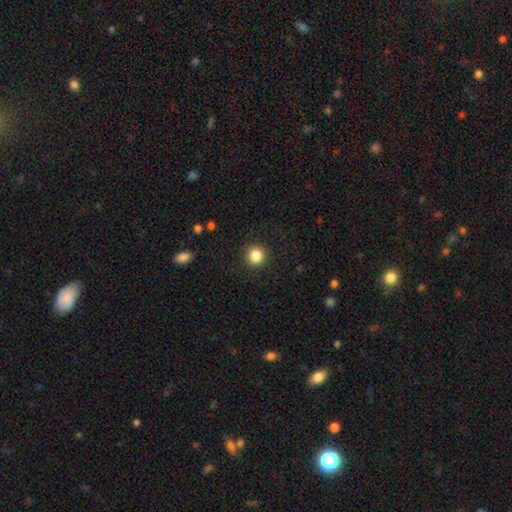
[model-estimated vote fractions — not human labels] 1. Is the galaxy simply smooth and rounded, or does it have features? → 85% smooth, 10% star or artifact, 4% featured or disk.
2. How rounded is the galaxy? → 93% round, 6% in between, 1% cigar-shaped.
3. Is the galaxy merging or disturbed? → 92% none, 5% minor disturbance, 2% major disturbance, 1% merger.